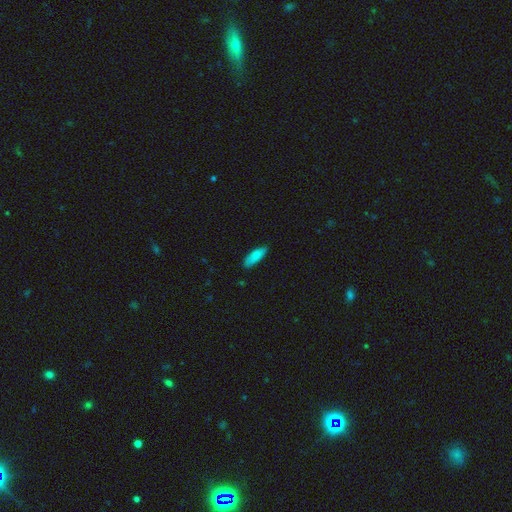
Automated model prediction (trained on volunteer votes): Smooth or featured: smooth — 86% (featured or disk — 8%)
How rounded: in between — 59% (cigar-shaped — 39%)
Merging: none — 79% (minor disturbance — 17%)